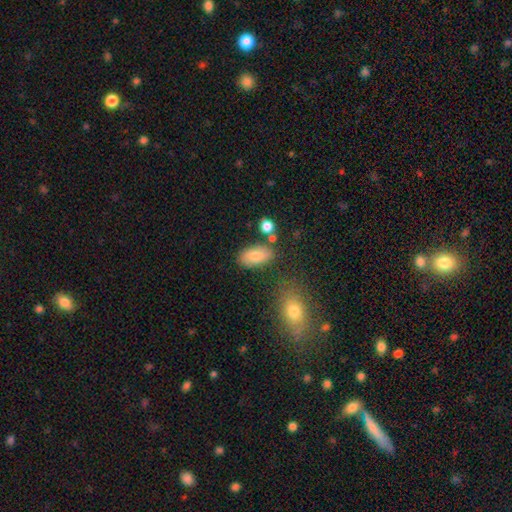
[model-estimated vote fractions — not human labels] The model was most divided on "merging": none: 76%, minor disturbance: 14%, merger: 6%, major disturbance: 4%. More confident: how rounded — in between (92%); smooth or featured — smooth (80%).